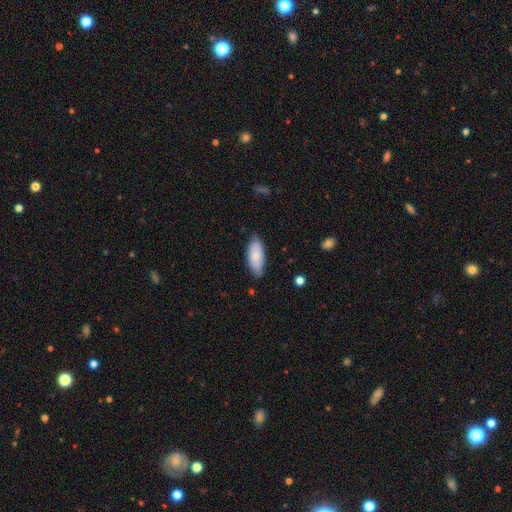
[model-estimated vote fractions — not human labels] Smooth or featured? Predicted: smooth (p=0.77). How rounded? Predicted: in between (p=0.87). Merging? Predicted: none (p=0.73).